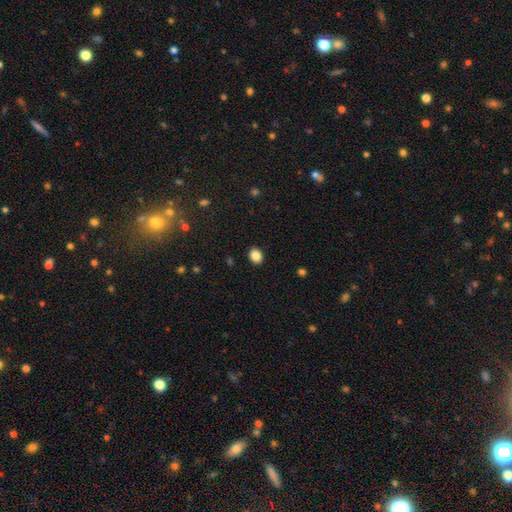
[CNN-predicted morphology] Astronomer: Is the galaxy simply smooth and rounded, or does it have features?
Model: smooth — 86%.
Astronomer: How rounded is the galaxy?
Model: in between — 50%, tied with round at 50%.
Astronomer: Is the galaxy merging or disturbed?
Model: none — 90%.